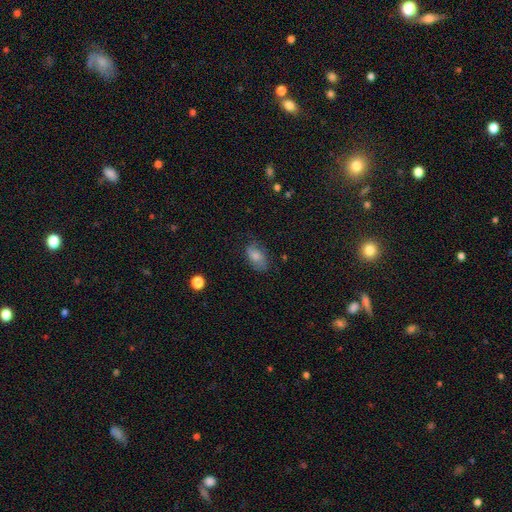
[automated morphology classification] A smooth galaxy with no disk features (68%) that is in between round and cigar-shaped (89%).

Vote fractions:
- Smooth or featured? smooth: 68% / featured or disk: 23% / star or artifact: 9%
- How rounded? in between: 89% / round: 8% / cigar-shaped: 3%
- Merging? none: 69% / minor disturbance: 23% / major disturbance: 7% / merger: 1%